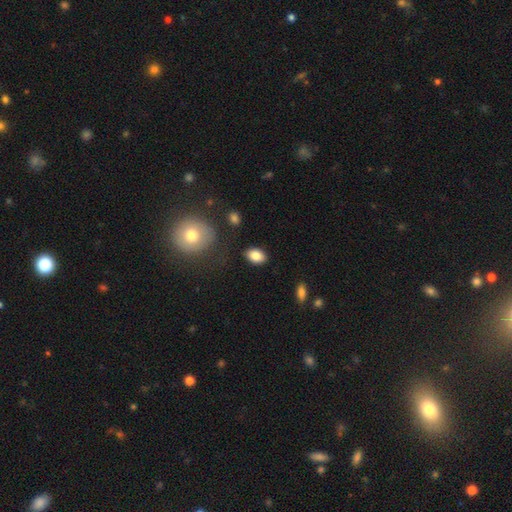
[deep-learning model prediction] This is clearly a smooth galaxy (84%). How rounded: clearly in between (85%). Merging: clearly none (85%).